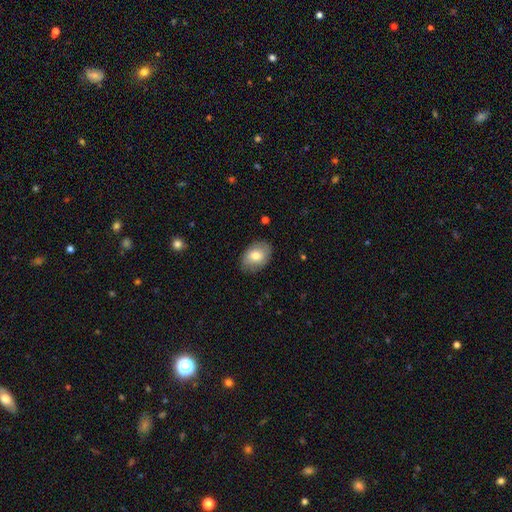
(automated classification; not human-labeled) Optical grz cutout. It shows a smooth galaxy with no disk features (75%) that is in between round and cigar-shaped (82%). Merging: none (82%).